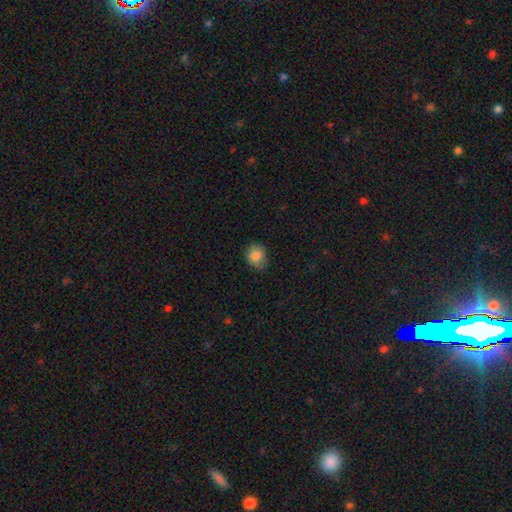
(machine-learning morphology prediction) Smooth or featured?
  - smooth: 85% *
  - star or artifact: 9%
  - featured or disk: 6%
How rounded?
  - round: 75% *
  - in between: 24%
  - cigar-shaped: 1%
Merging?
  - none: 74% *
  - minor disturbance: 22%
  - major disturbance: 4%
  - merger: 1%